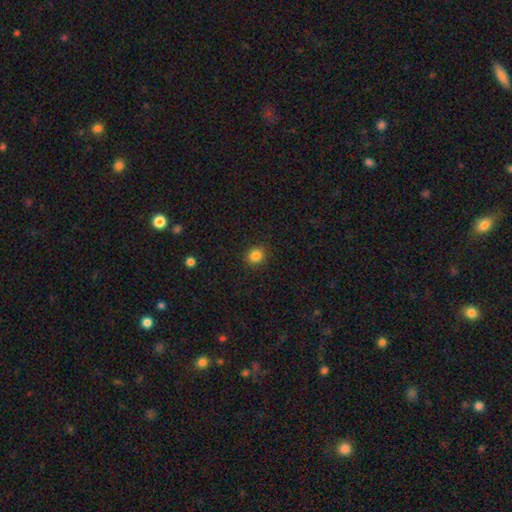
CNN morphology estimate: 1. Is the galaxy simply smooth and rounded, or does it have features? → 84% smooth, 11% star or artifact, 5% featured or disk.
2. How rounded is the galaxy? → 79% round, 20% in between, 1% cigar-shaped.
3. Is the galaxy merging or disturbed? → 90% none, 7% minor disturbance, 2% major disturbance, 1% merger.